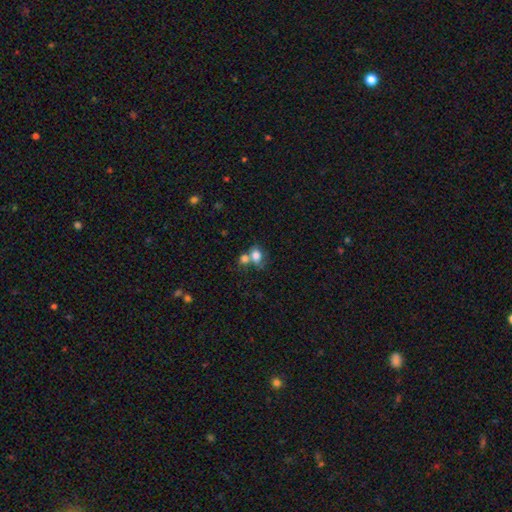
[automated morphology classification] This is likely a smooth galaxy (78%). How rounded: likely in between (63%). Merging: possibly merger (50%).